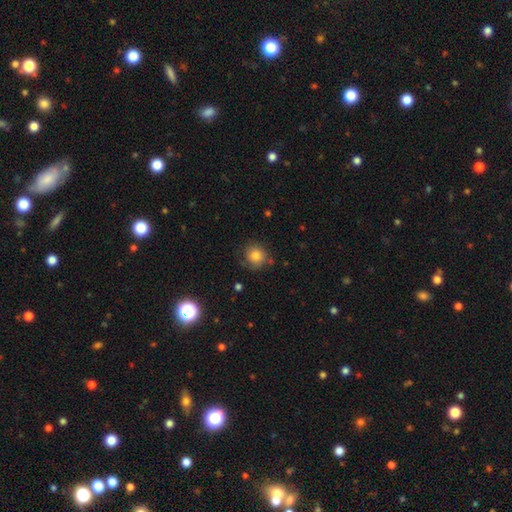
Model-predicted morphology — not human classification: A smooth galaxy with no disk features (78%) that is round (91%). Merging: none (72%).